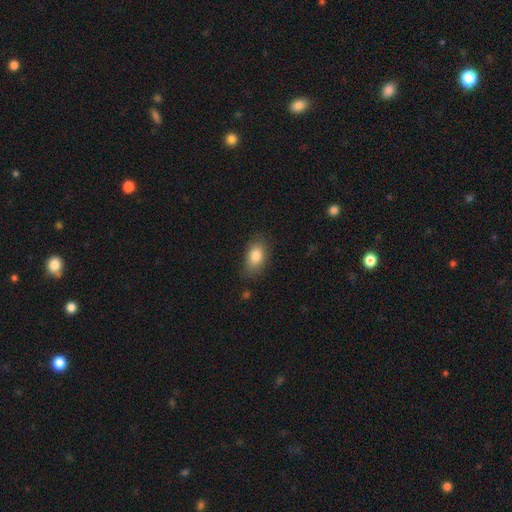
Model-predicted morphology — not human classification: Overall: smooth (83%). How rounded: in between (87%). Merging: none (78%).